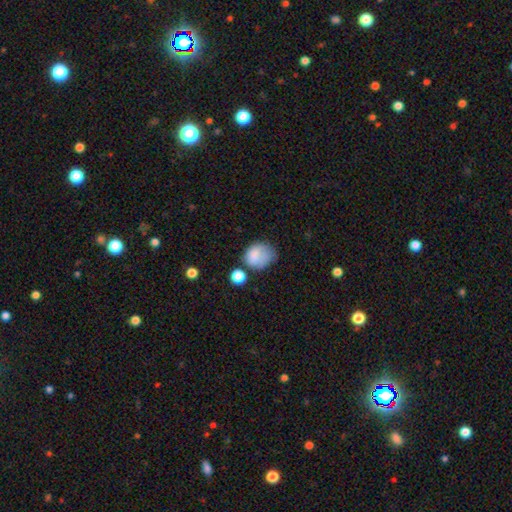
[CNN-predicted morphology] A smooth galaxy with no disk features (79%) that is round (54%).

Vote fractions:
- Smooth or featured? smooth: 79% / featured or disk: 11% / star or artifact: 10%
- How rounded? round: 54% / in between: 45% / cigar-shaped: 1%
- Merging? none: 42% / minor disturbance: 31% / major disturbance: 17% / merger: 10%